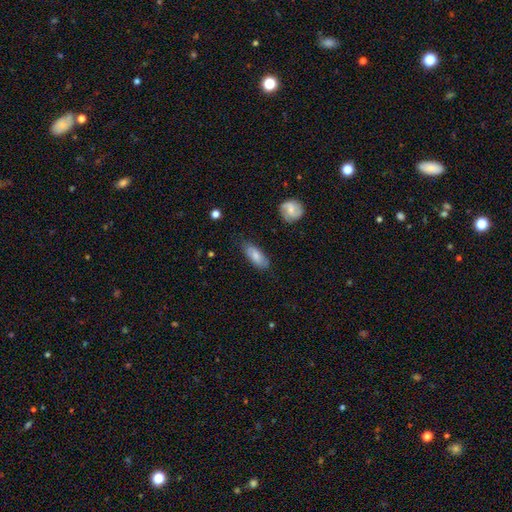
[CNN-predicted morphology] Smooth or featured? smooth (72%)
How rounded? in between (78%)
Merging? none (75%)